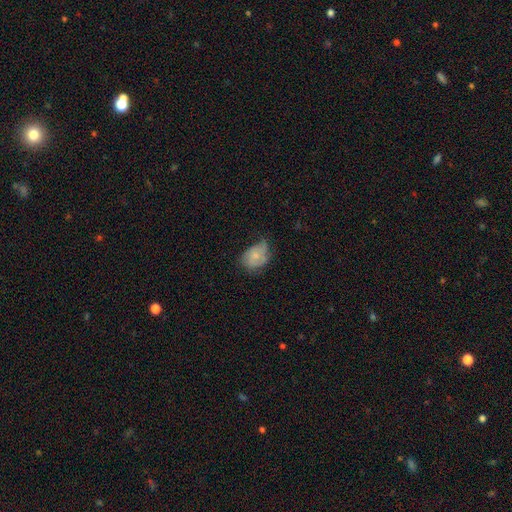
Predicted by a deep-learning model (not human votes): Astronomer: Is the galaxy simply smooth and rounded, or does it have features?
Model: smooth — 58% (runner-up: featured or disk, 34%).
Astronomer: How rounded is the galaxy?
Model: in between — 74%.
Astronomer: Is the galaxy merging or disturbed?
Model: minor disturbance — 41% (runner-up: none, 37%).